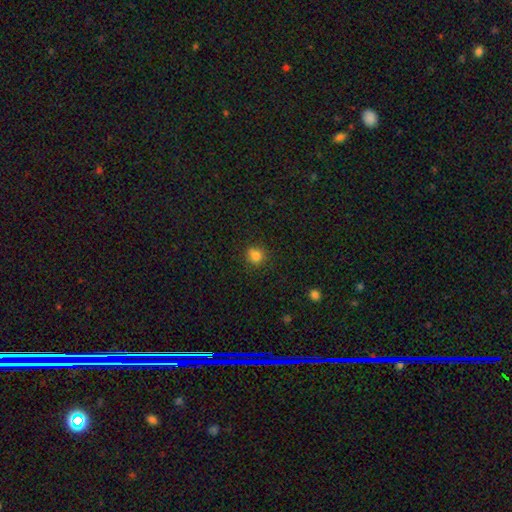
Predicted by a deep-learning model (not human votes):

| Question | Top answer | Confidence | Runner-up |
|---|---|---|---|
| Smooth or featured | smooth | 81% | star or artifact (13%) |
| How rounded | round | 85% | in between (14%) |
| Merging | none | 77% | minor disturbance (14%) |